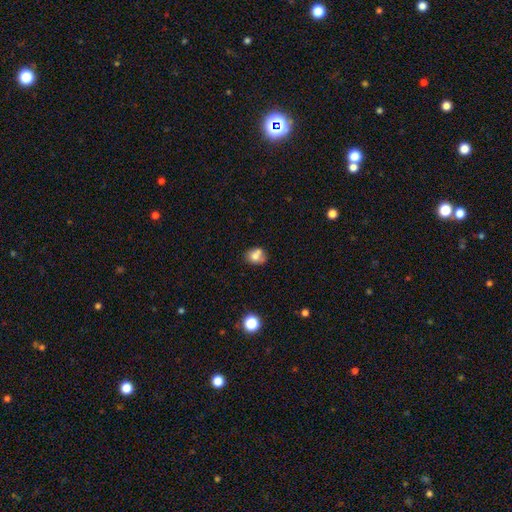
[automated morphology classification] smooth 72%, featured or disk 17%, star or artifact 11%. Down the decision tree: how rounded — round (58%); merging — none (46%).